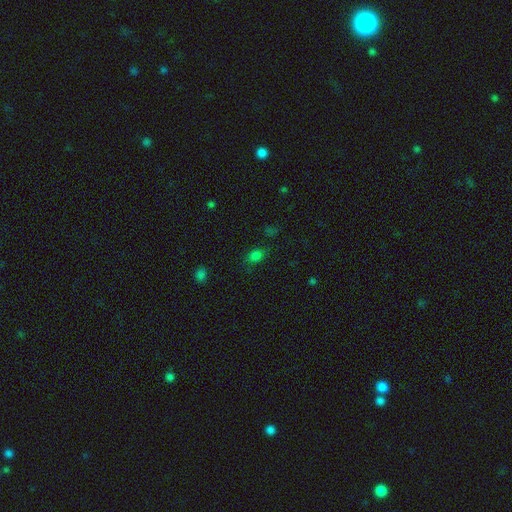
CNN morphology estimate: This is likely a smooth galaxy (75%). How rounded: likely in between (70%). Merging: likely none (73%).